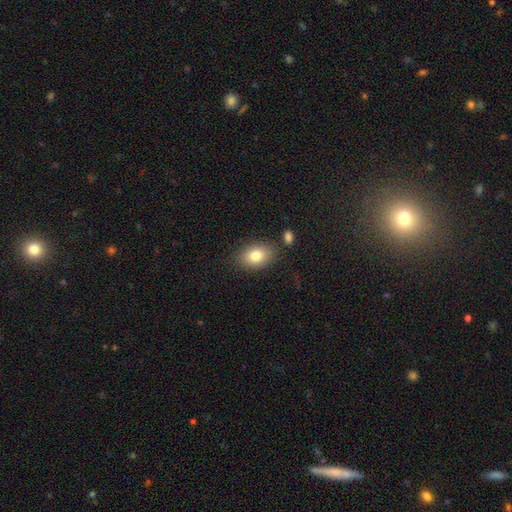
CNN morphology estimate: This appears to be a smooth galaxy with no disk features (81%) that is in between round and cigar-shaped (83%). Merging: none (81%).